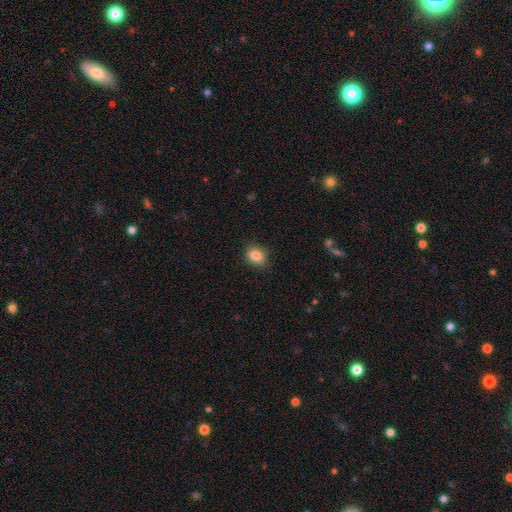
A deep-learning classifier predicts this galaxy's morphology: type=smooth (85%); roundness=in between (64%); merging=none (83%).